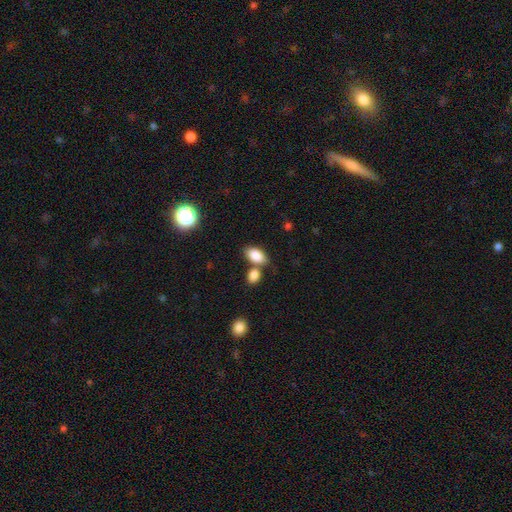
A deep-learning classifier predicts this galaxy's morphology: Smooth or featured? Predicted: smooth (p=0.85). How rounded? Predicted: in between (p=0.92). Merging? Predicted: none (p=0.55).